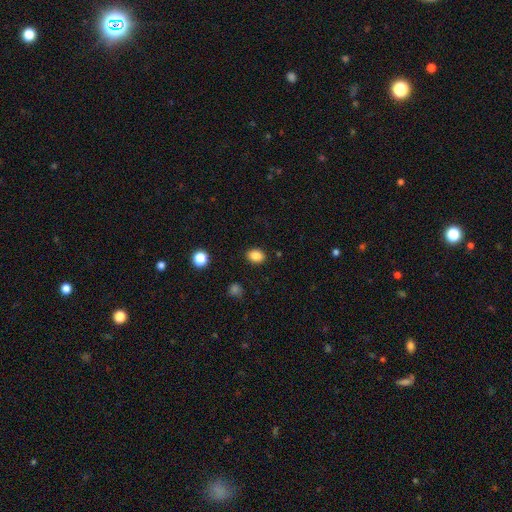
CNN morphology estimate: smooth-or-featured: smooth: 86% | star or artifact: 10% | featured or disk: 4%
  how-rounded: in between: 63% | round: 36% | cigar-shaped: 1%
  merging: none: 87% | minor disturbance: 8% | major disturbance: 3% | merger: 2%